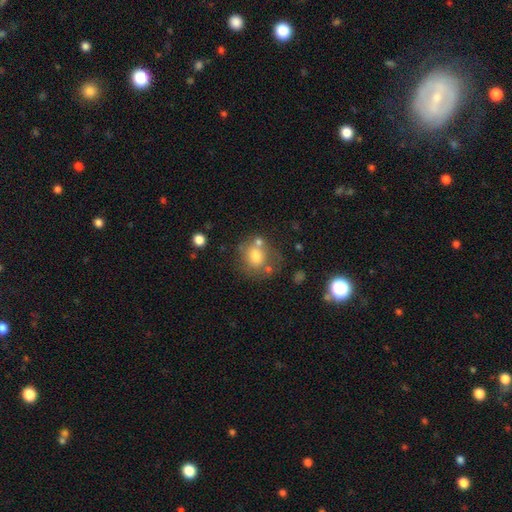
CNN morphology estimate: The model was most divided on "merging": none: 57%, minor disturbance: 18%, merger: 16%, major disturbance: 9%. More confident: how rounded — round (74%); smooth or featured — smooth (73%).